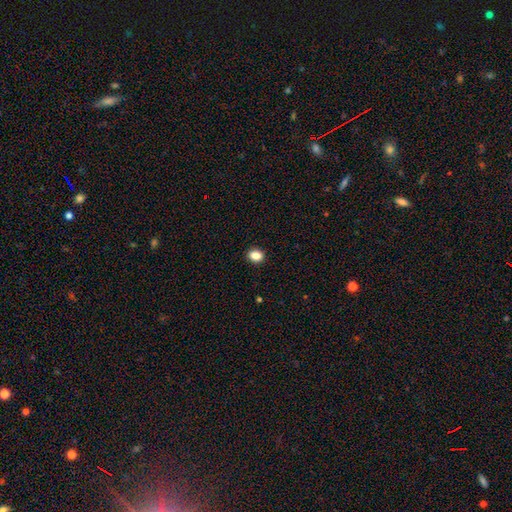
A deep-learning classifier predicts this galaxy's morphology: smooth-or-featured: smooth: 87% | star or artifact: 10% | featured or disk: 4%
  how-rounded: in between: 65% | round: 34% | cigar-shaped: 1%
  merging: none: 90% | minor disturbance: 7% | major disturbance: 2% | merger: 1%